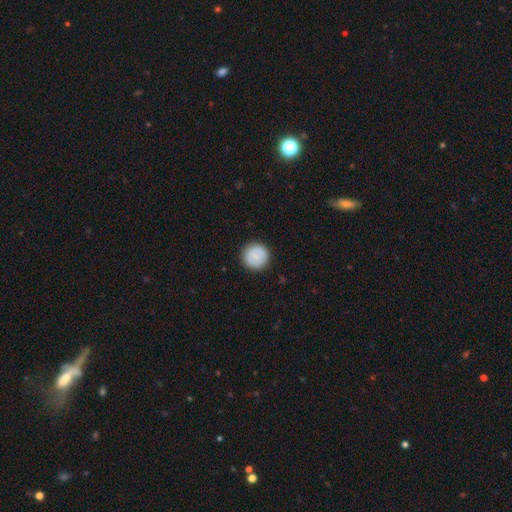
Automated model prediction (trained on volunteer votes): A smooth galaxy with no disk features (84%) that is round (94%).

Vote fractions:
- Smooth or featured? smooth: 84% / featured or disk: 10% / star or artifact: 7%
- How rounded? round: 94% / in between: 5% / cigar-shaped: 1%
- Merging? none: 91% / minor disturbance: 6% / major disturbance: 2% / merger: 1%